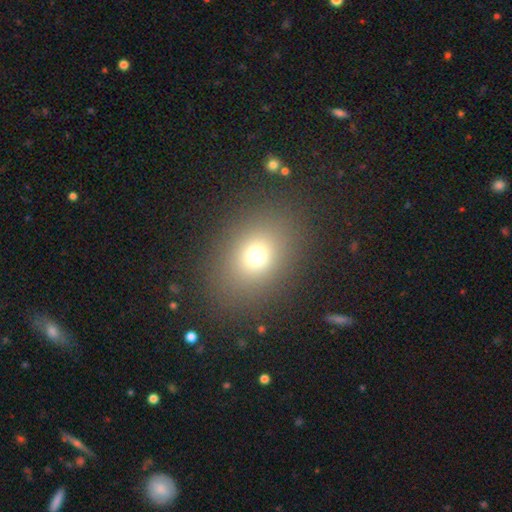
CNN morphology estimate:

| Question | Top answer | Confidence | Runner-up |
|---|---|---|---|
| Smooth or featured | smooth | 71% | star or artifact (18%) |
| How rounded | in between | 52% | round (47%) |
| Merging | none | 85% | minor disturbance (8%) |